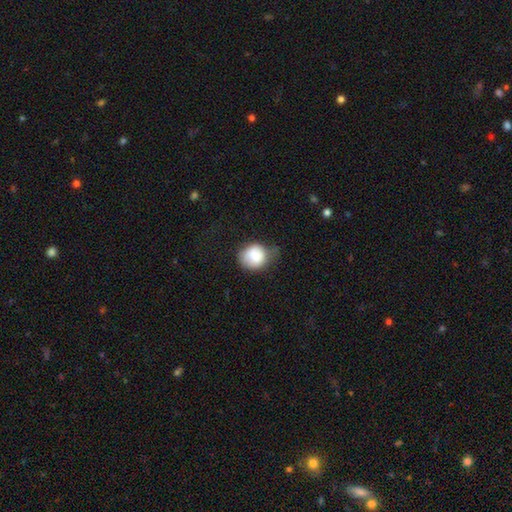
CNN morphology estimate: Smooth or featured?
  - smooth: 82% *
  - featured or disk: 10%
  - star or artifact: 8%
How rounded?
  - round: 74% *
  - in between: 25%
  - cigar-shaped: 1%
Merging?
  - none: 45% *
  - minor disturbance: 39%
  - major disturbance: 14%
  - merger: 3%